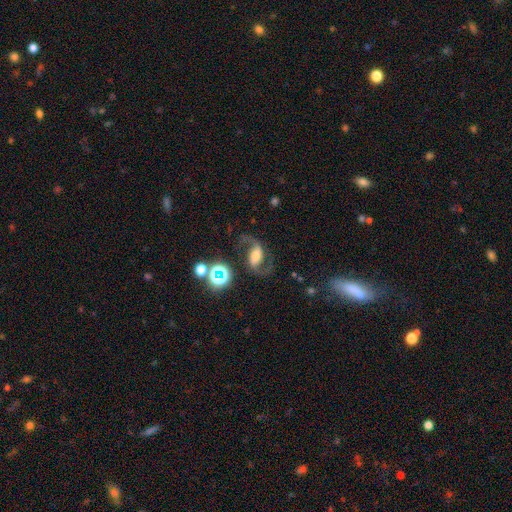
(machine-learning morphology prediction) The model was most divided on "bar": weak: 39%, strong: 36%, no: 25%. Remaining: edge-on disk — no (97%); spiral arms — yes (96%); spiral arm count — 2 (93%); smooth or featured — featured or disk (81%); merging — none (71%); spiral winding — loose (62%); bulge size — moderate (38%).